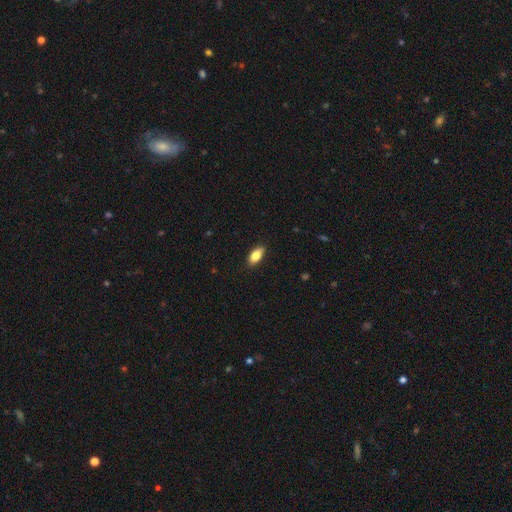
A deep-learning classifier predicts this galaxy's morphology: smooth_or_featured: smooth (p=0.80) [alt: featured or disk p=0.13]
how_rounded: in between (p=0.86) [alt: cigar-shaped p=0.11]
merging: none (p=0.85) [alt: minor disturbance p=0.11]